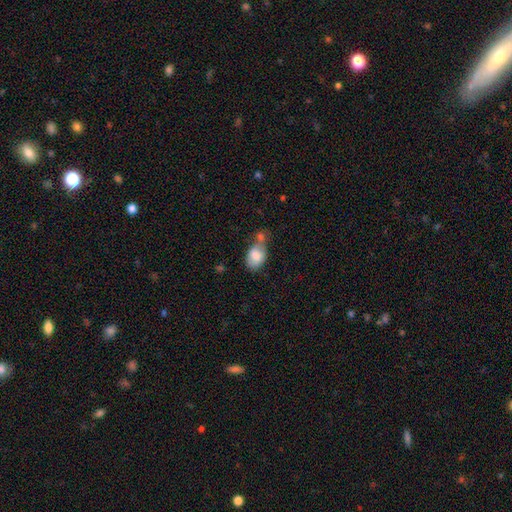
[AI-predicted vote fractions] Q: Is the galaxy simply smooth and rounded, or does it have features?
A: smooth — 80%.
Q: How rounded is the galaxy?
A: in between — 84%.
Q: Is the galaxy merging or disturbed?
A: merger — 38%.